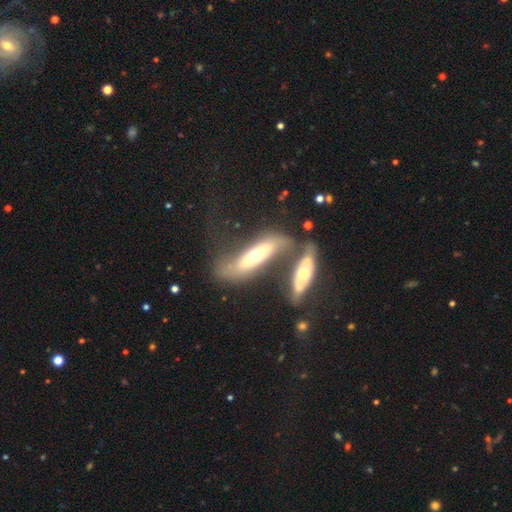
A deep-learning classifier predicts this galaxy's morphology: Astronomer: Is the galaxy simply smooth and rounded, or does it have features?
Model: featured or disk — 60%.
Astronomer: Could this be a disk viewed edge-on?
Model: no — 62% (runner-up: yes, 38%).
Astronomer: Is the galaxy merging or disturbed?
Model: merger — 52%.